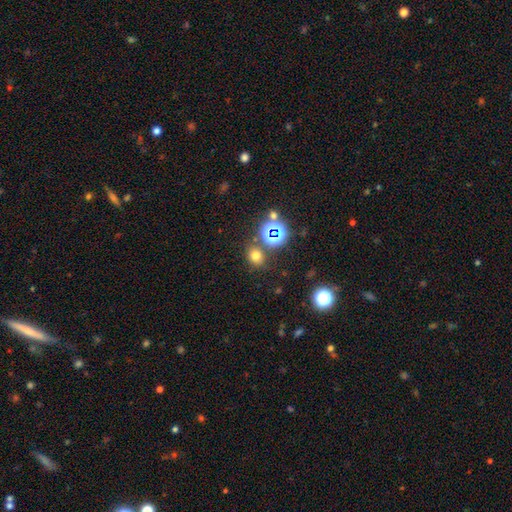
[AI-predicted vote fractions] Morphology: type=smooth (66%); roundness=round (66%); merging=none (76%).